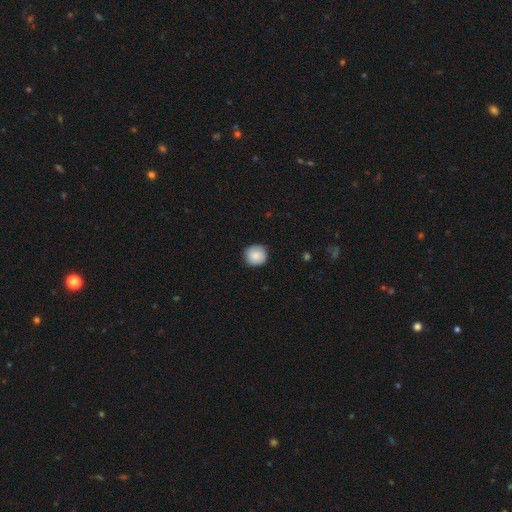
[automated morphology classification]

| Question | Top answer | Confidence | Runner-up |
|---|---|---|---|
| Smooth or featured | smooth | 85% | featured or disk (8%) |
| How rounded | round | 93% | in between (6%) |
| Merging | none | 87% | minor disturbance (10%) |